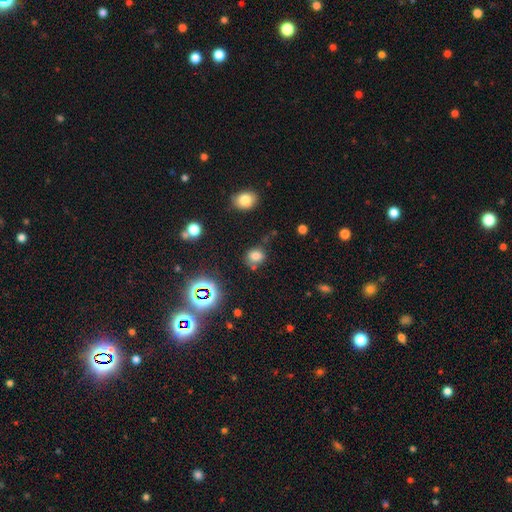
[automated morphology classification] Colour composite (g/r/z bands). It shows a smooth galaxy with no disk features (71%) that is round (69%). Merging: none (71%).